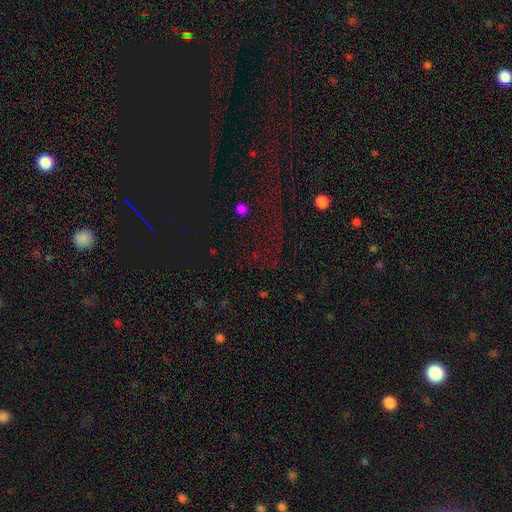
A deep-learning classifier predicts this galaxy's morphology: smooth-or-featured: star or artifact: 65% | smooth: 27% | featured or disk: 8%